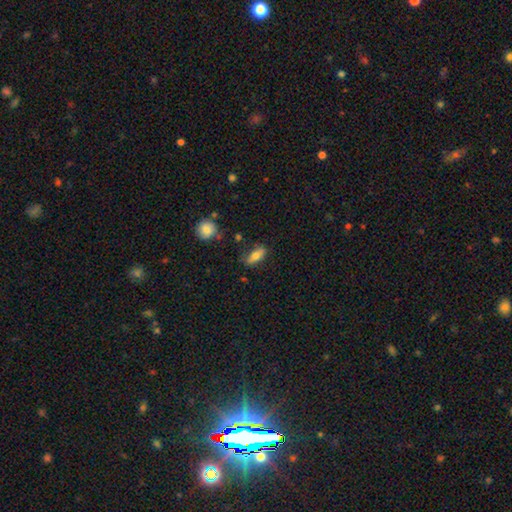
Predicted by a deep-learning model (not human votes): Smooth or featured: smooth — 73% (featured or disk — 19%)
How rounded: in between — 74% (cigar-shaped — 22%)
Merging: none — 72% (minor disturbance — 19%)